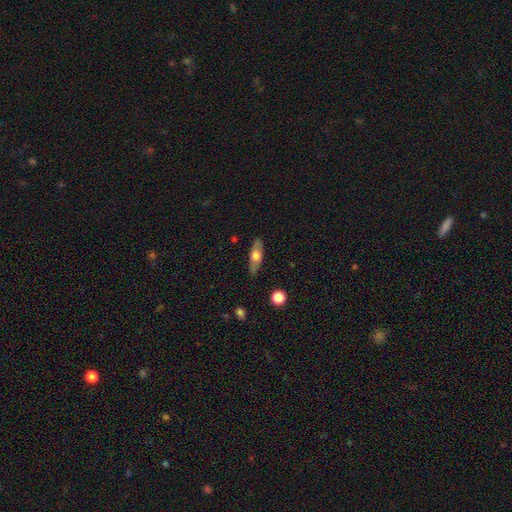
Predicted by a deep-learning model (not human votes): A smooth galaxy with no disk features (55%) that is in between round and cigar-shaped (58%). Merging: none (82%).